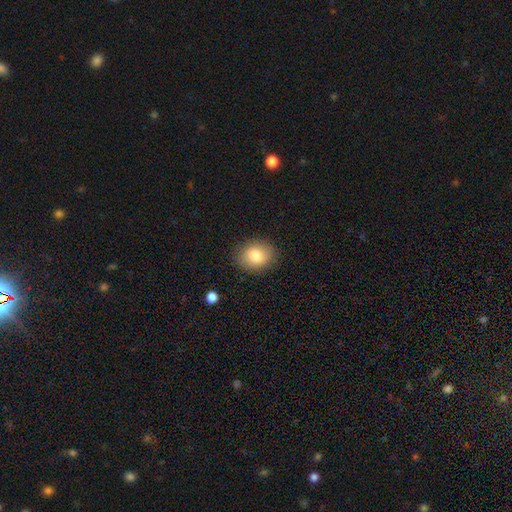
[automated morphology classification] smooth_or_featured: smooth (p=0.81) [alt: featured or disk p=0.11]
how_rounded: round (p=0.50) [alt: in between p=0.49]
merging: none (p=0.87) [alt: minor disturbance p=0.09]